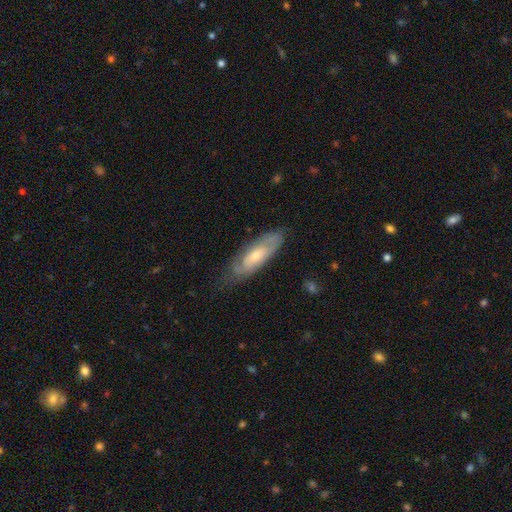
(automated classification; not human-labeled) Q: Smooth or featured?
A: featured or disk (54%); runner-up: smooth (40%)
Q: Edge-on disk?
A: no (73%); runner-up: yes (27%)
Q: Merging?
A: none (65%); runner-up: minor disturbance (26%)